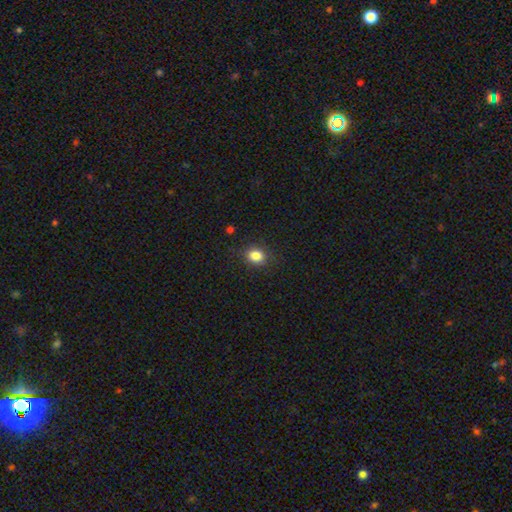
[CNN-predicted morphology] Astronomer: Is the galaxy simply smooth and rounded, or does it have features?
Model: smooth — 84%.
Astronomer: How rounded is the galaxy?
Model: in between — 50% (runner-up: round, 49%).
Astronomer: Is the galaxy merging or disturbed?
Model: none — 85%.